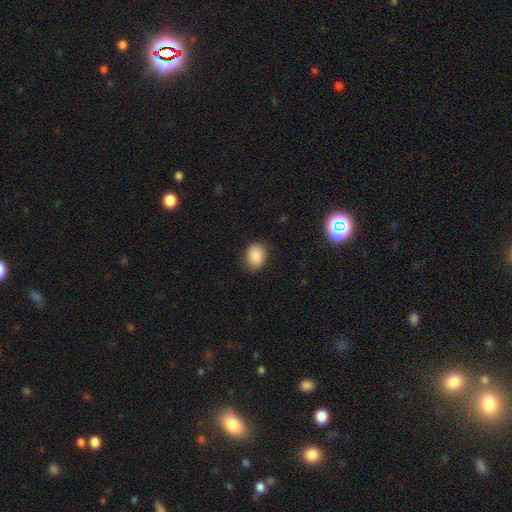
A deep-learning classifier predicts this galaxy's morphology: Overall: smooth (86%). How rounded: in between (54%; round 45%). Merging: none (85%).